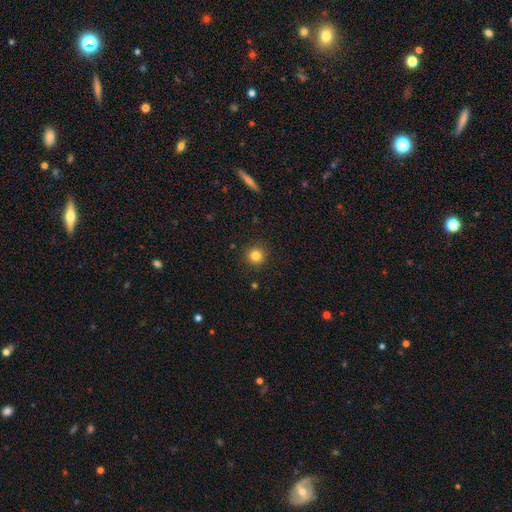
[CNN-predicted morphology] Smooth or featured: smooth — 83% (star or artifact — 12%)
How rounded: round — 95% (in between — 5%)
Merging: none — 91% (minor disturbance — 6%)